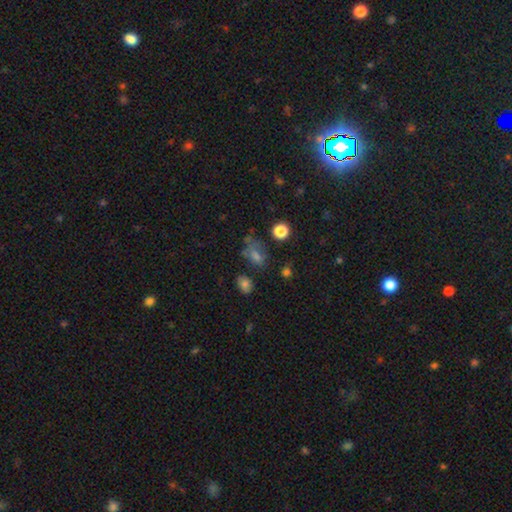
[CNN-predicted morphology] Smooth or featured? Predicted: smooth (p=0.54). How rounded? Predicted: in between (p=0.68). Merging? Predicted: none (p=0.49).